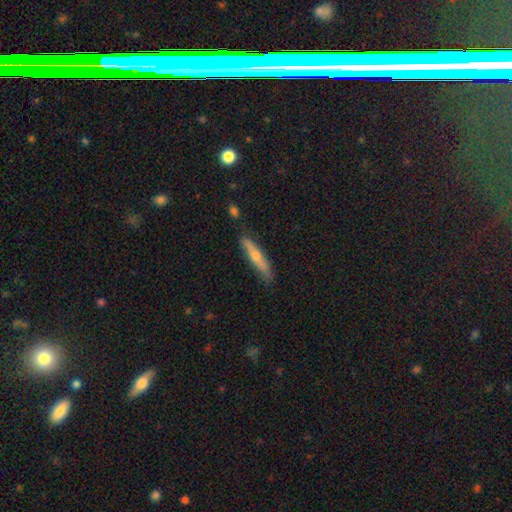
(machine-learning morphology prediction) Smooth or featured?
  - smooth: 47% *
  - featured or disk: 46%
  - star or artifact: 6%
Merging?
  - none: 82% *
  - minor disturbance: 14%
  - major disturbance: 2%
  - merger: 2%